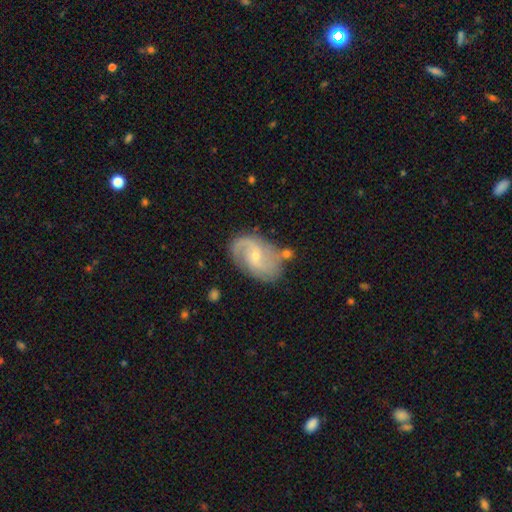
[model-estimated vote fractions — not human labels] Smooth or featured? featured or disk (82%)
Edge-on disk? no (97%)
Bar? no (49%)
Spiral arms? yes (95%)
Spiral winding? medium (46%)
Spiral arm count? 2 (79%)
Bulge size? small (68%)
Merging? none (68%)